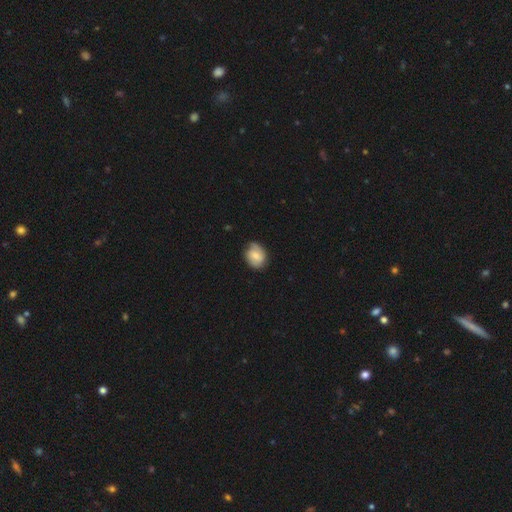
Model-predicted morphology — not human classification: This appears to be a smooth galaxy with no disk features (55%) that is in between round and cigar-shaped (52%). Merging: none (72%).